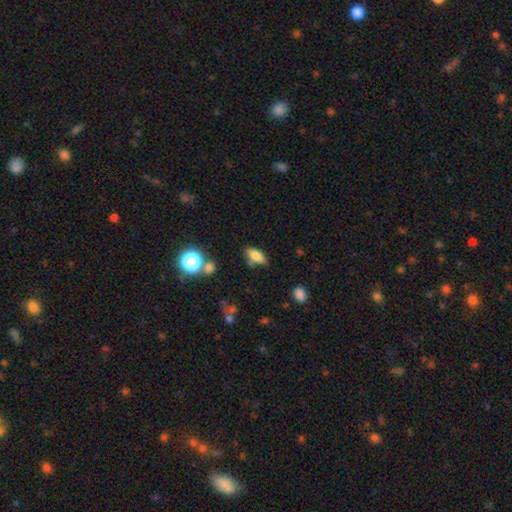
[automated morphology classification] A smooth galaxy with no disk features (72%) that is in between round and cigar-shaped (77%). Merging: none (66%).